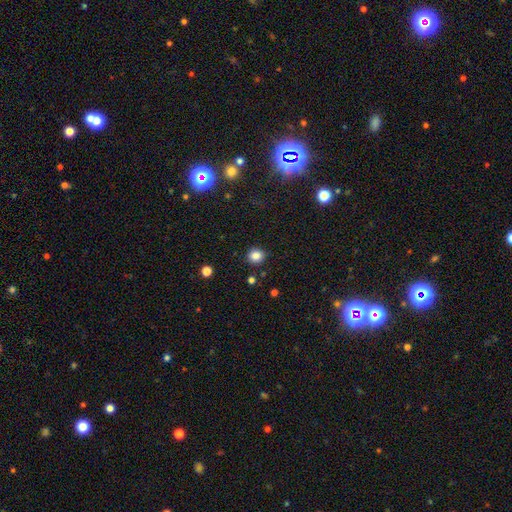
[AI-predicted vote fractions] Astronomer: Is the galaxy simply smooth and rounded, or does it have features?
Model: smooth — 84%.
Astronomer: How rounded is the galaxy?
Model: round — 88%.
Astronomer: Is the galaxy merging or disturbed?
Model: none — 90%.